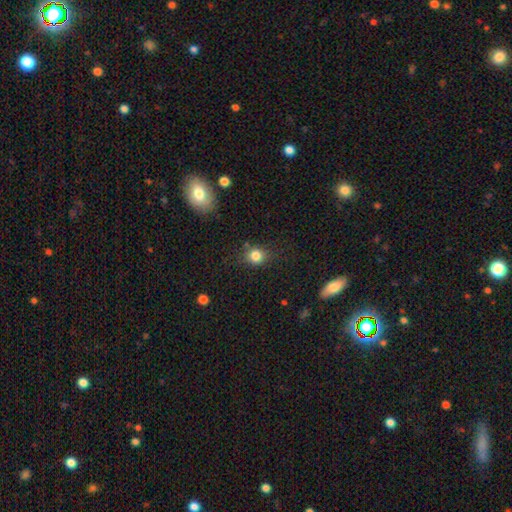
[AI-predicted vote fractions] smooth-or-featured: smooth: 82% | star or artifact: 12% | featured or disk: 6%
  how-rounded: round: 70% | in between: 28% | cigar-shaped: 1%
  merging: none: 77% | minor disturbance: 15% | major disturbance: 4% | merger: 3%